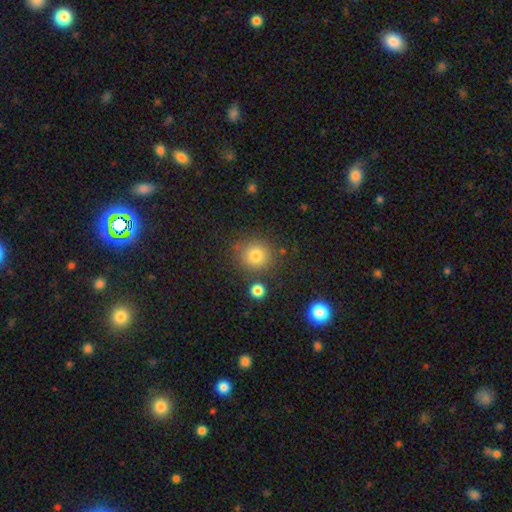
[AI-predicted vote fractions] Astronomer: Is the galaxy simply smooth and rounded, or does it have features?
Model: smooth — 81%.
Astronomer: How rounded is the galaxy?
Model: round — 89%.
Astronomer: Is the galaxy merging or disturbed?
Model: none — 80%.